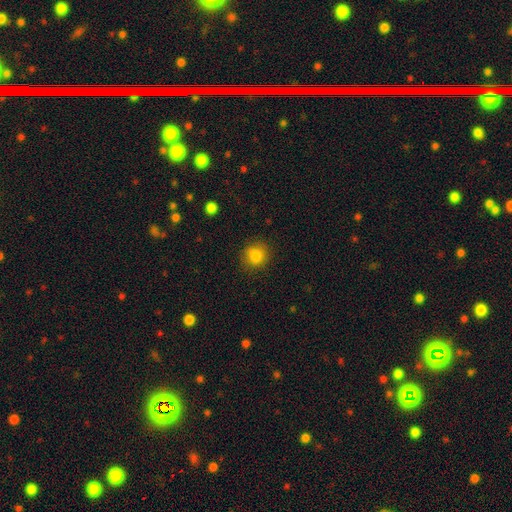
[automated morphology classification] smooth-or-featured: smooth: 84% | star or artifact: 10% | featured or disk: 5%
  how-rounded: round: 82% | in between: 17% | cigar-shaped: 1%
  merging: none: 84% | minor disturbance: 12% | major disturbance: 4% | merger: 1%